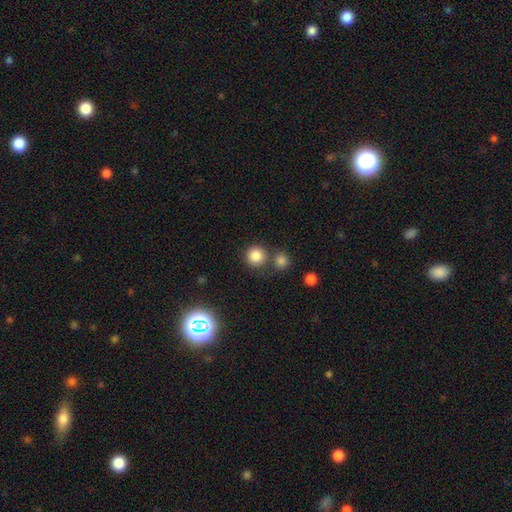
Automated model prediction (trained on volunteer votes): Smooth or featured?
  - smooth: 83% *
  - star or artifact: 12%
  - featured or disk: 5%
How rounded?
  - round: 93% *
  - in between: 6%
  - cigar-shaped: 1%
Merging?
  - none: 71% *
  - merger: 18%
  - minor disturbance: 8%
  - major disturbance: 3%